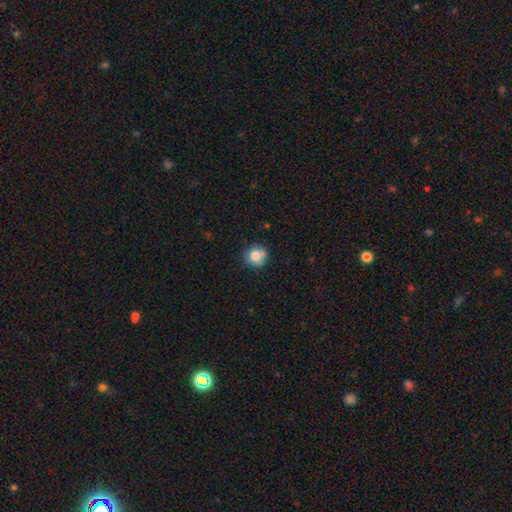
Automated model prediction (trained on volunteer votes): Overall: smooth (81%). How rounded: round (90%). Merging: none (72%).